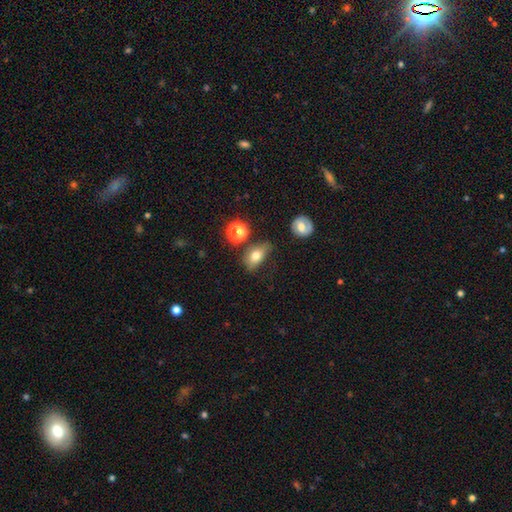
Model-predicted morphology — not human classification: This is likely a smooth galaxy (74%). How rounded: likely in between (80%). Merging: possibly none (59%).